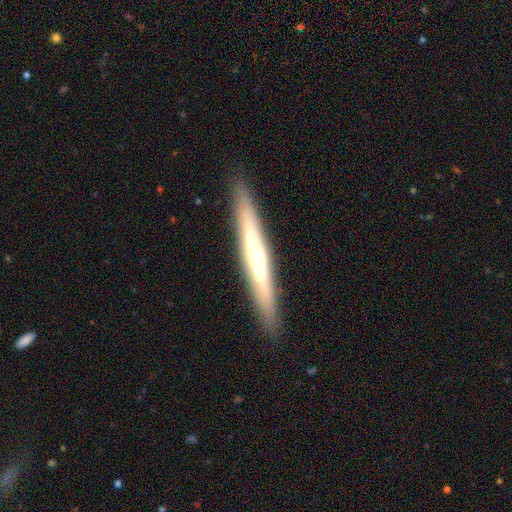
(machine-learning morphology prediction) smooth-or-featured: featured or disk: 64% | smooth: 29% | star or artifact: 6%
  disk-edge-on: yes: 91% | no: 9%
    edge-on-bulge: rounded: 68% | none: 25% | boxy: 7%
  merging: none: 90% | minor disturbance: 7% | major disturbance: 2% | merger: 1%